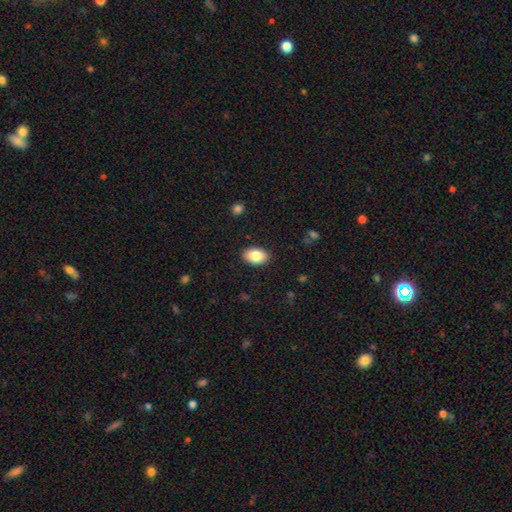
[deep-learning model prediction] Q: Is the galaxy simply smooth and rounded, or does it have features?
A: smooth — 85%.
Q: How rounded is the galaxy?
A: in between — 89%.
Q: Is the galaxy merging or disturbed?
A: none — 89%.